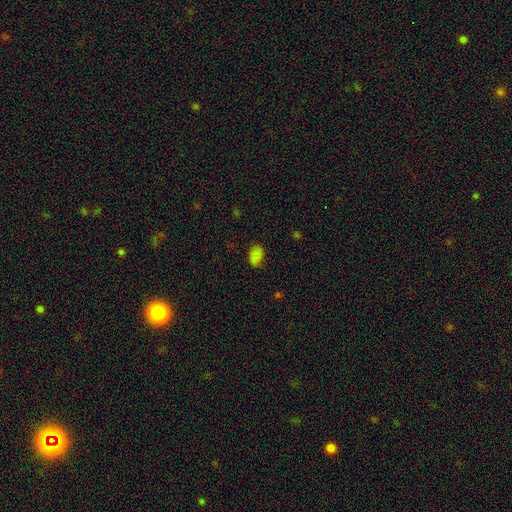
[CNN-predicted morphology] smooth 78%, star or artifact 16%, featured or disk 6%. Down the decision tree: how rounded — in between (88%); merging — none (76%).